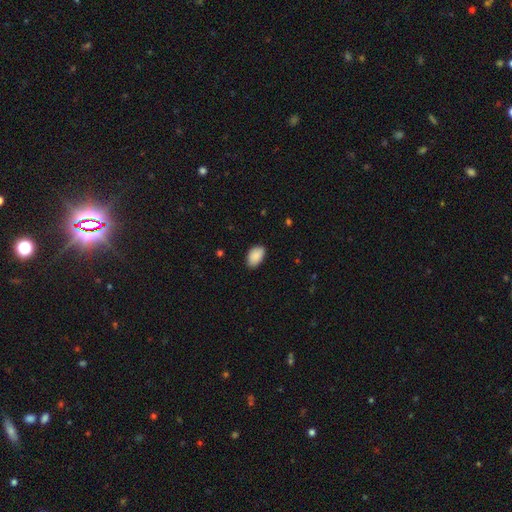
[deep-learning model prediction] A smooth galaxy with no disk features (90%) that is in between round and cigar-shaped (93%).

Vote fractions:
- Smooth or featured? smooth: 90% / star or artifact: 6% / featured or disk: 3%
- How rounded? in between: 93% / round: 6% / cigar-shaped: 1%
- Merging? none: 85% / minor disturbance: 12% / major disturbance: 2% / merger: 1%